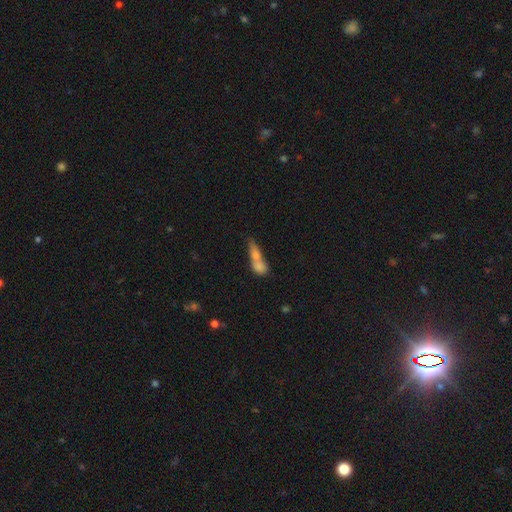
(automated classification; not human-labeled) Smooth or featured?
  - smooth: 65% *
  - featured or disk: 24%
  - star or artifact: 11%
How rounded?
  - cigar-shaped: 42% * (tied)
  - in between: 42% * (tied)
  - round: 16%
Merging?
  - merger: 60% *
  - none: 24%
  - minor disturbance: 9%
  - major disturbance: 7%